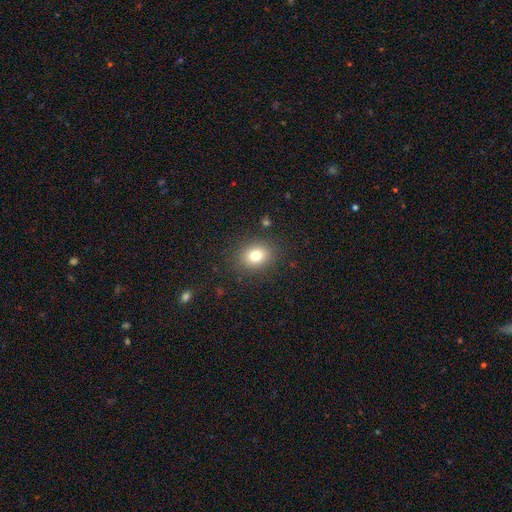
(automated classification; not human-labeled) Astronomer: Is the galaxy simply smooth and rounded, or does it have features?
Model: smooth — 78%.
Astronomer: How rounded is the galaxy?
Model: round — 55% (runner-up: in between, 45%).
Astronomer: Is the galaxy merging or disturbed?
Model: none — 87%.